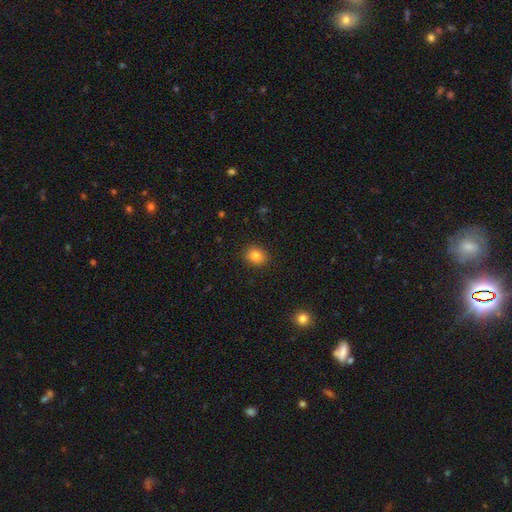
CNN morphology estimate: This is clearly a smooth galaxy (83%). How rounded: likely round (62%). Merging: clearly none (90%).